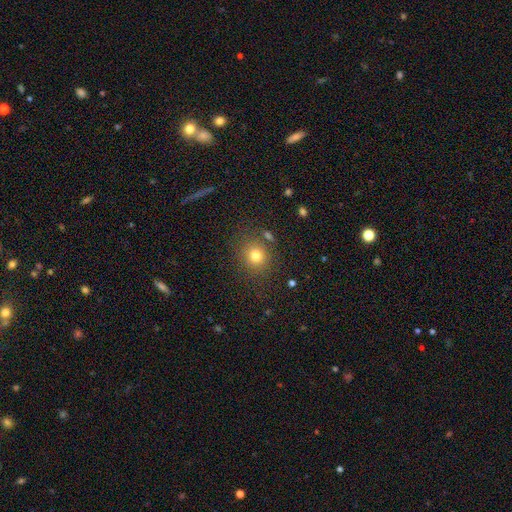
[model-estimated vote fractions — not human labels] Smooth or featured: smooth — 78% (star or artifact — 14%)
How rounded: round — 84% (in between — 15%)
Merging: none — 81% (minor disturbance — 10%)